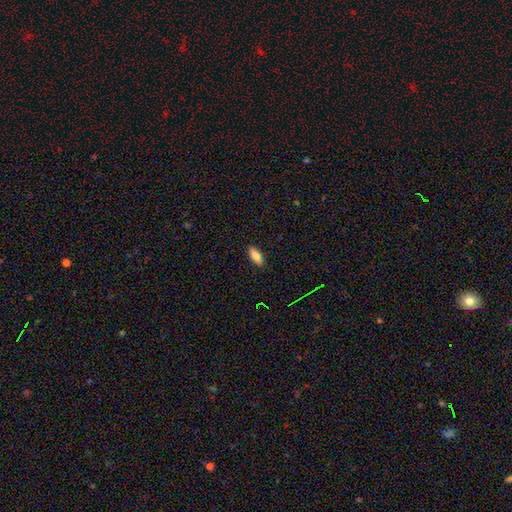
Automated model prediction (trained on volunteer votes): The model was most divided on "how rounded": in between: 81%, cigar-shaped: 17%, round: 2%. More confident: merging — none (89%); smooth or featured — smooth (84%).